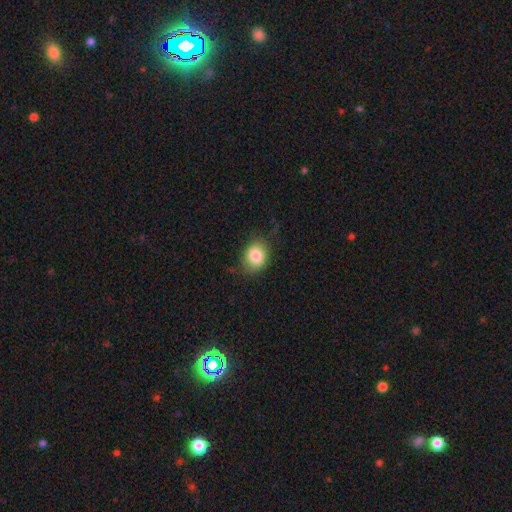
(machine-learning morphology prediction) type=smooth (83%); roundness=in between (55%); merging=none (74%).